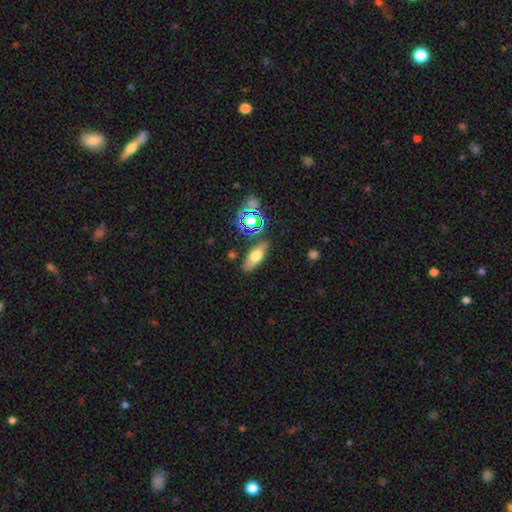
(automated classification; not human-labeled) This appears to be a smooth galaxy with no disk features (56%) that is in between round and cigar-shaped (64%). Merging: none (82%).